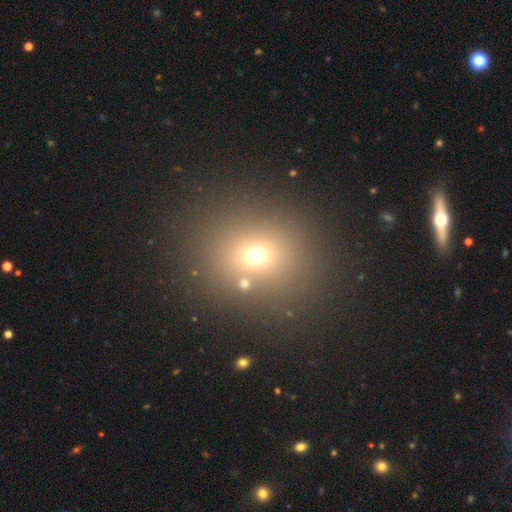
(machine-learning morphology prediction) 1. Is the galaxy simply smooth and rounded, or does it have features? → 65% smooth, 24% star or artifact, 11% featured or disk.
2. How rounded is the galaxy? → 72% round, 27% in between, 1% cigar-shaped.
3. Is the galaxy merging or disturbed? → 80% none, 9% minor disturbance, 7% merger, 5% major disturbance.